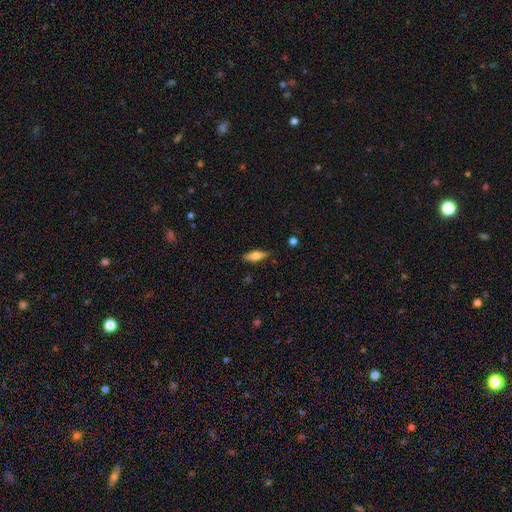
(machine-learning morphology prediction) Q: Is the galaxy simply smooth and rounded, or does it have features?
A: smooth — 55%.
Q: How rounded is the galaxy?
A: in between — 49%.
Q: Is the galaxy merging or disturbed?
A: none — 85%.